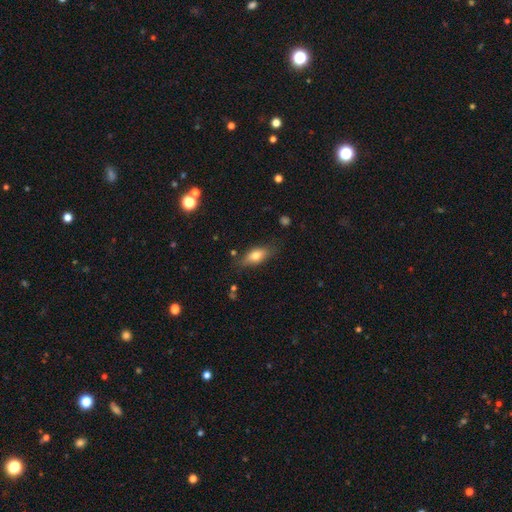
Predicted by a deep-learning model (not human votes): A smooth galaxy with no disk features (71%) that is in between round and cigar-shaped (78%). Merging: none (74%).